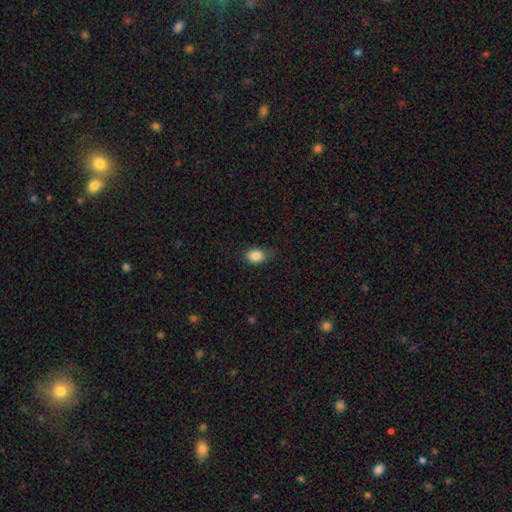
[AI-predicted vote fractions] This appears to be a smooth galaxy with no disk features (86%) that is in between round and cigar-shaped (72%). Merging: none (72%).